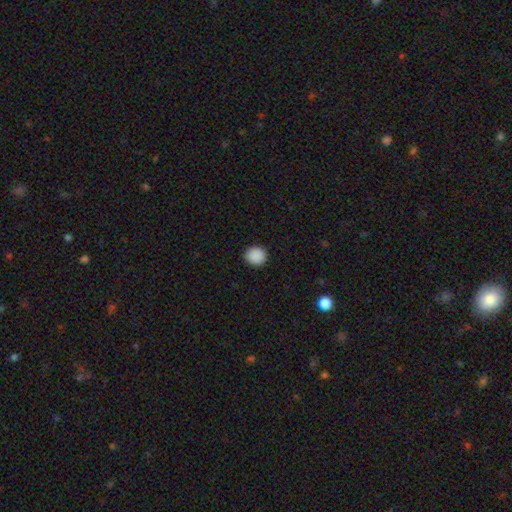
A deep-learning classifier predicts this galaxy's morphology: Smooth or featured? smooth (89%)
How rounded? round (90%)
Merging? none (91%)